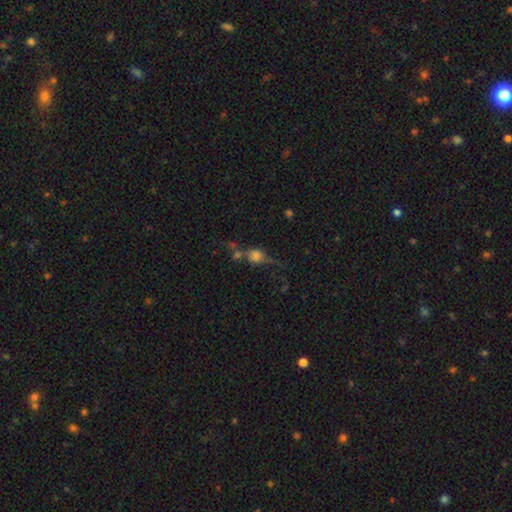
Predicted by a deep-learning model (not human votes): This is possibly a smooth galaxy (57%). How rounded: likely round (72%). Merging: marginally none (38%).